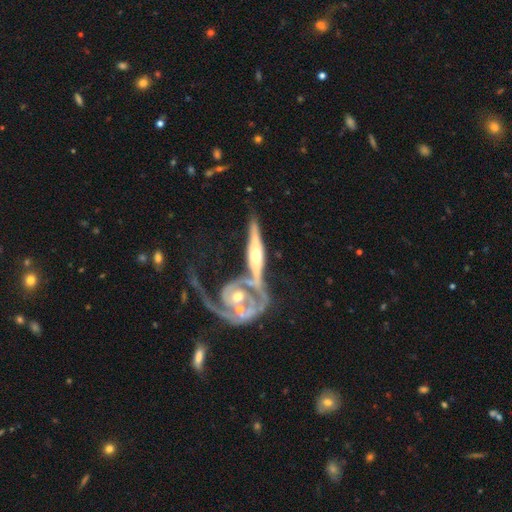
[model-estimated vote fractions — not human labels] Morphology: type=featured or disk (83%); edge-on=yes (74%); edge-on bulge=rounded (90%); merging=merger (49%).